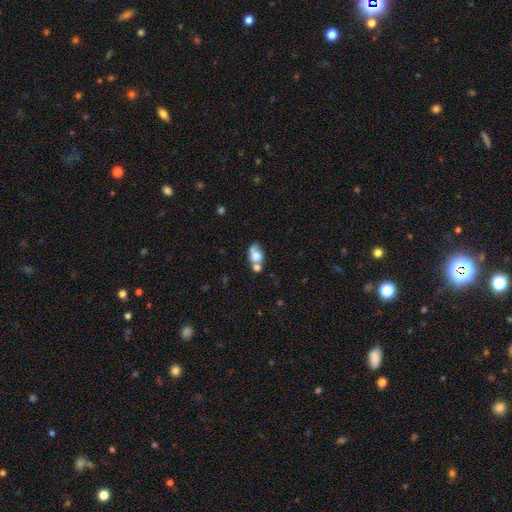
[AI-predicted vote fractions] Morphology: type=smooth (66%); roundness=in between (76%); merging=merger (46%).